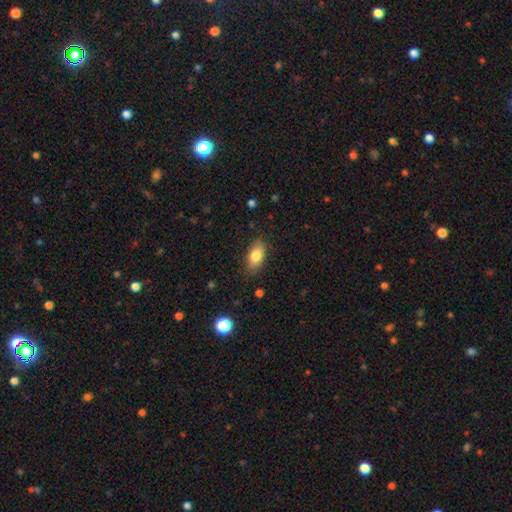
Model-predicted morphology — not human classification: Smooth or featured? smooth (82%)
How rounded? in between (88%)
Merging? none (83%)